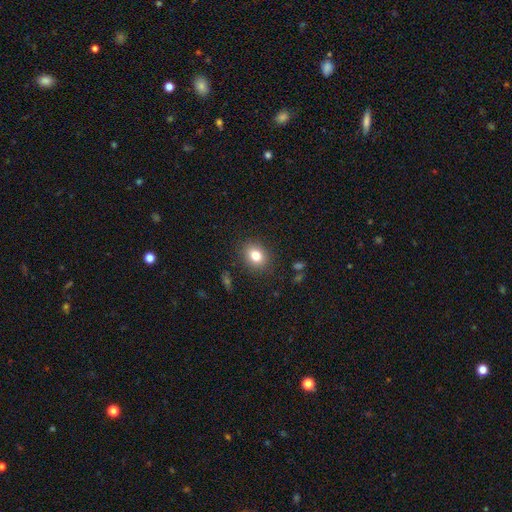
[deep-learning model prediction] Overall: smooth (80%). How rounded: round (54%; in between 45%). Merging: none (87%).